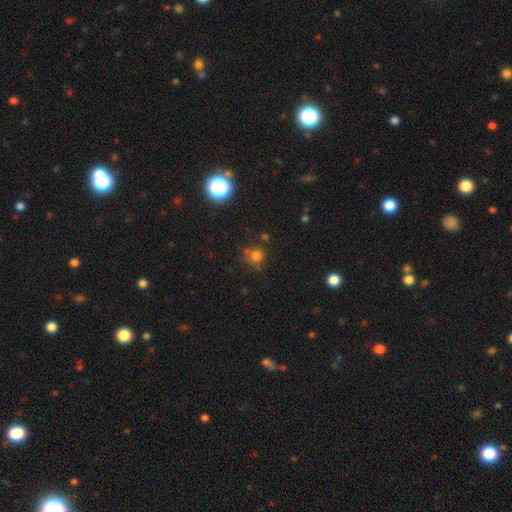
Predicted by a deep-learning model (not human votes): smooth 71%, star or artifact 19%, featured or disk 9%. Down the decision tree: how rounded — round (87%); merging — none (65%).